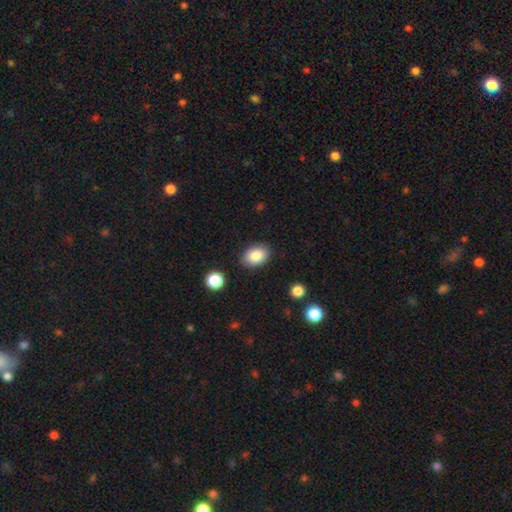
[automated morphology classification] A smooth galaxy with no disk features (87%) that is in between round and cigar-shaped (79%).

Vote fractions:
- Smooth or featured? smooth: 87% / star or artifact: 8% / featured or disk: 6%
- How rounded? in between: 79% / round: 20% / cigar-shaped: 1%
- Merging? none: 86% / minor disturbance: 10% / major disturbance: 3% / merger: 2%